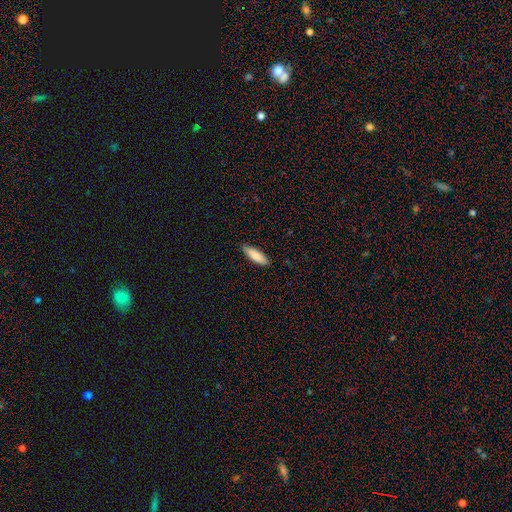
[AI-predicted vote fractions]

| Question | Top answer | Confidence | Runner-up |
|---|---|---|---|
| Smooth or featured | smooth | 86% | featured or disk (8%) |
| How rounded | cigar-shaped | 51% | in between (47%) |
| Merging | none | 85% | minor disturbance (12%) |